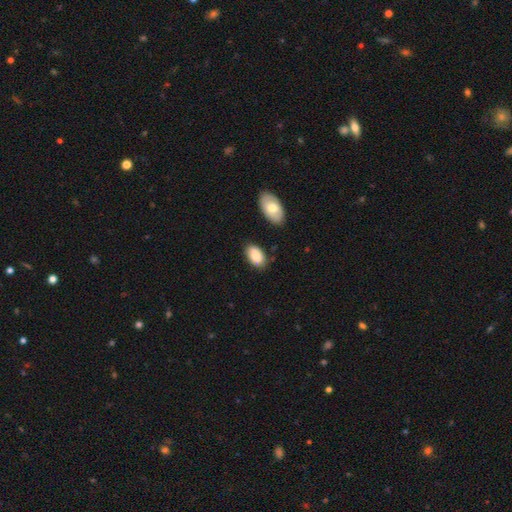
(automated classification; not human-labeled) A smooth galaxy with no disk features (82%) that is in between round and cigar-shaped (94%).

Vote fractions:
- Smooth or featured? smooth: 82% / featured or disk: 11% / star or artifact: 6%
- How rounded? in between: 94% / round: 4% / cigar-shaped: 2%
- Merging? none: 77% / minor disturbance: 16% / merger: 5% / major disturbance: 3%